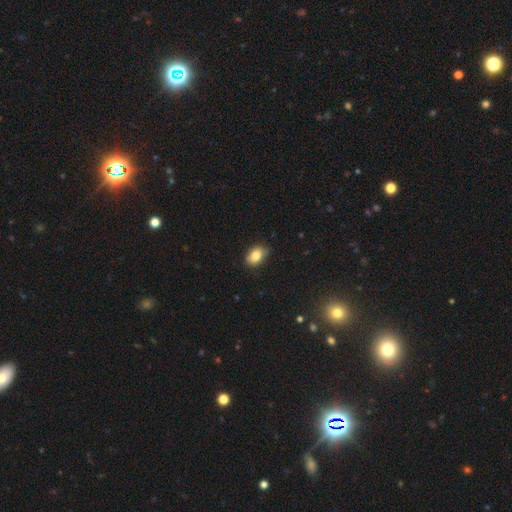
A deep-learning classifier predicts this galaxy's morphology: smooth 84%, featured or disk 8%, star or artifact 8%. Down the decision tree: how rounded — in between (83%); merging — none (78%).